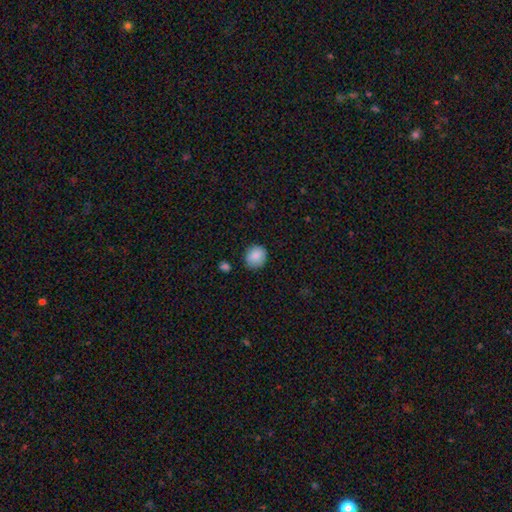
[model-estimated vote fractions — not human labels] smooth 88%, star or artifact 8%, featured or disk 5%. Down the decision tree: how rounded — round (76%); merging — none (81%).